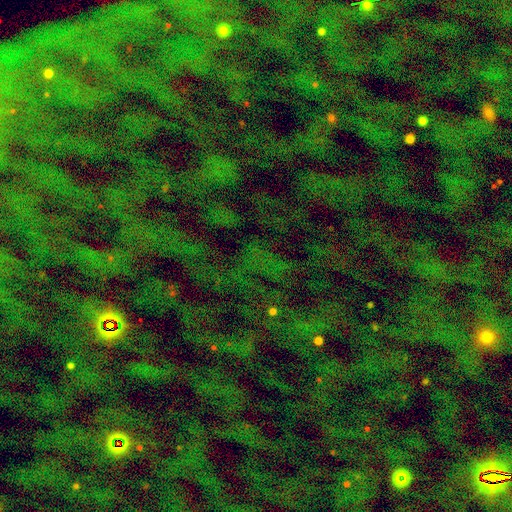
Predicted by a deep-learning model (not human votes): Smooth or featured: star or artifact — 73% (smooth — 17%)